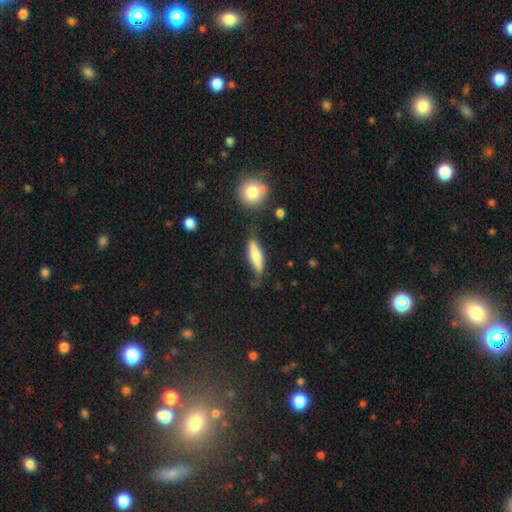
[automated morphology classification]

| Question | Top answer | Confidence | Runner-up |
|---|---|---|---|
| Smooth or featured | smooth | 59% | featured or disk (34%) |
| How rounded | cigar-shaped | 61% | in between (37%) |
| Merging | none | 60% | minor disturbance (27%) |